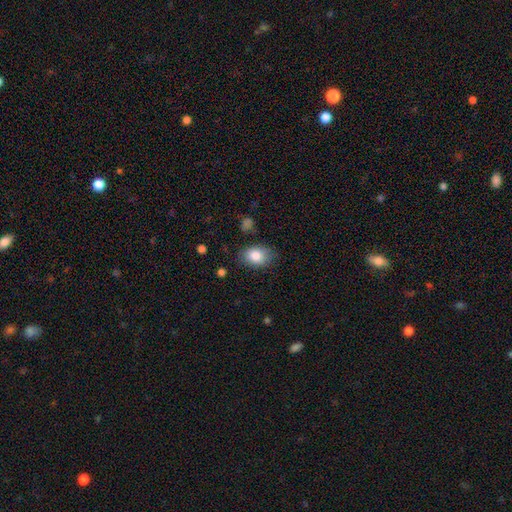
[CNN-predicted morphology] Smooth or featured? Predicted: smooth (p=0.84). How rounded? Predicted: in between (p=0.79). Merging? Predicted: none (p=0.75).